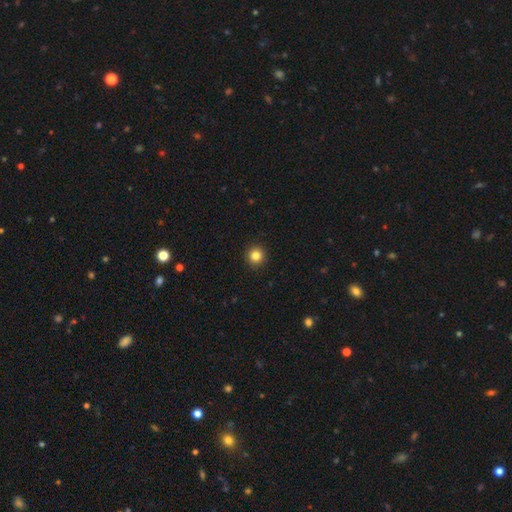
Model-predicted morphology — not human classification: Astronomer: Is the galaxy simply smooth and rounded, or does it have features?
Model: smooth — 84%.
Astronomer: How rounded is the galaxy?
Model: round — 95%.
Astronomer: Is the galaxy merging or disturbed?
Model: none — 93%.